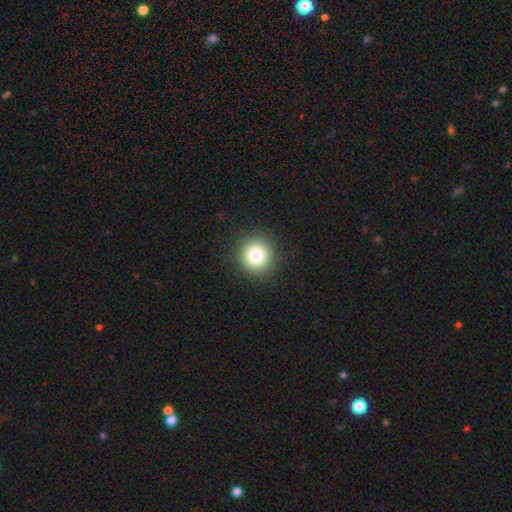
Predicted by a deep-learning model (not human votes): Morphology: type=smooth (83%); roundness=round (92%); merging=none (91%).